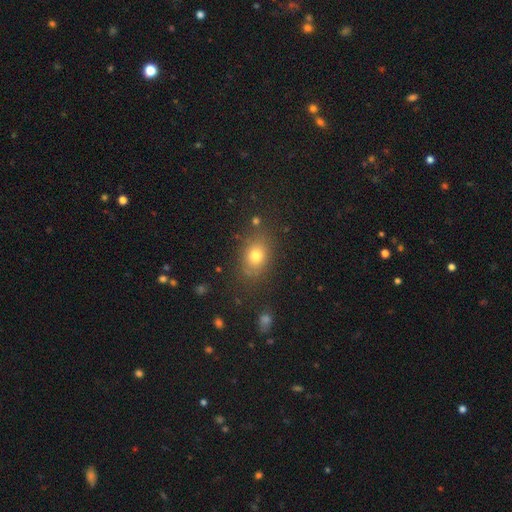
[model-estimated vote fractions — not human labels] smooth 75%, star or artifact 13%, featured or disk 11%. Down the decision tree: how rounded — in between (67%); merging — none (79%).